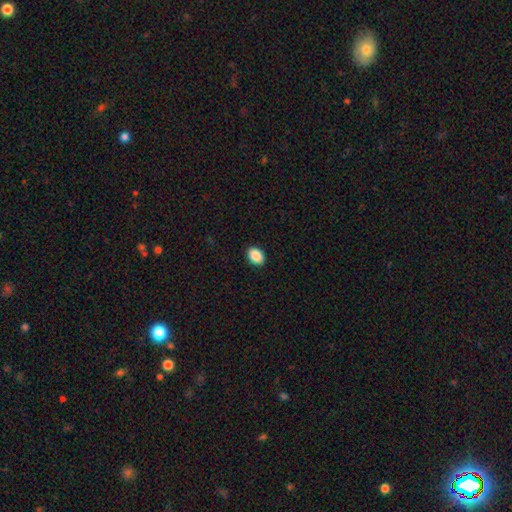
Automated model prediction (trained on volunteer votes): smooth_or_featured: smooth (p=0.90) [alt: star or artifact p=0.07]
how_rounded: in between (p=0.82) [alt: round p=0.17]
merging: none (p=0.91) [alt: minor disturbance p=0.07]